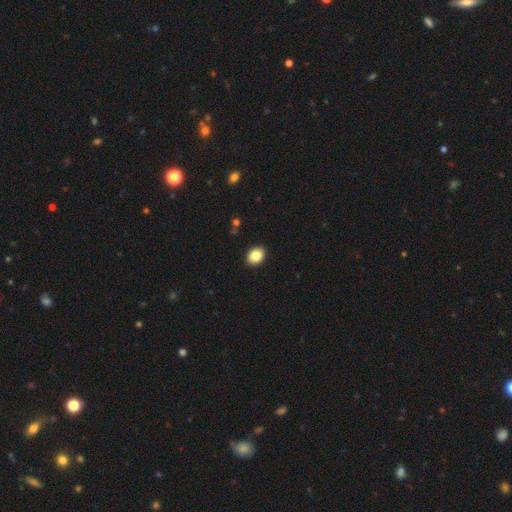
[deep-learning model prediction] Smooth or featured? Predicted: smooth (p=0.86). How rounded? Predicted: in between (p=0.62). Merging? Predicted: none (p=0.90).